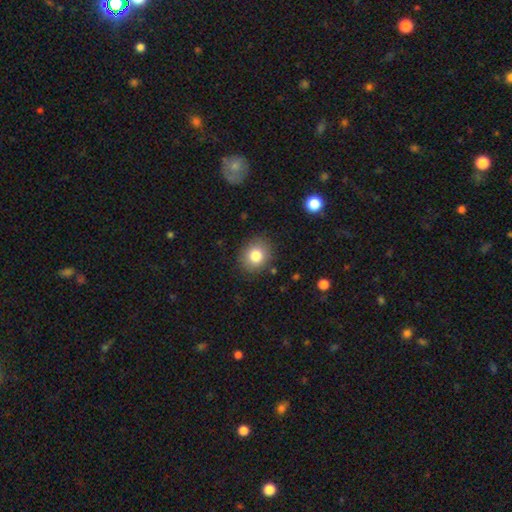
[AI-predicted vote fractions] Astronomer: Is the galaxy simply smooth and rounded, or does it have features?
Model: smooth — 81%.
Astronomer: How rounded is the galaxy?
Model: round — 74%.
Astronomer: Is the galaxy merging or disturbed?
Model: none — 87%.